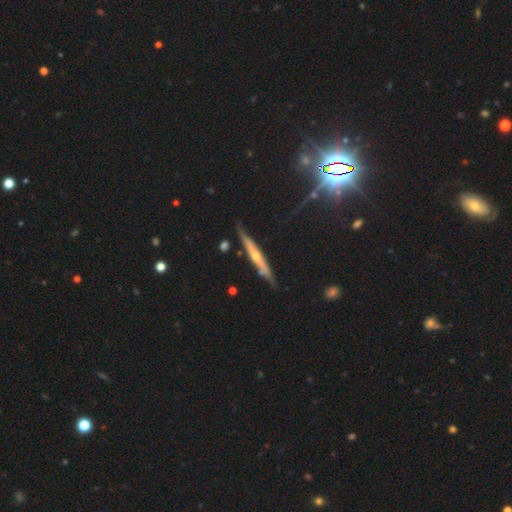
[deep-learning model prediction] Smooth or featured? featured or disk (70%)
Edge-on disk? yes (93%)
Edge-on bulge? rounded (71%)
Merging? none (79%)